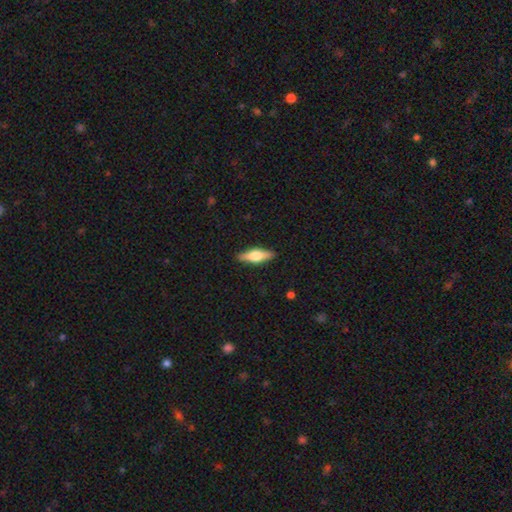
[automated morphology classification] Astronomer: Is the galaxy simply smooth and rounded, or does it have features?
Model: smooth — 50% (runner-up: featured or disk, 44%).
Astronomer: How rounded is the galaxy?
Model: in between — 50% (runner-up: cigar-shaped, 47%).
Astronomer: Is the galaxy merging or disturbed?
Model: none — 89%.